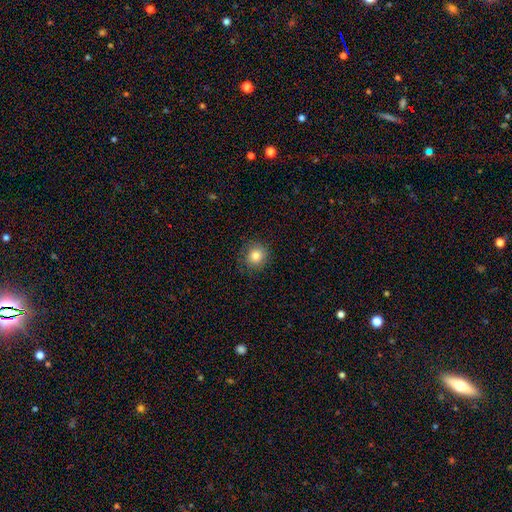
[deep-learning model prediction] The model was most divided on "smooth or featured": smooth: 82%, star or artifact: 11%, featured or disk: 7%. More confident: how rounded — round (90%); merging — none (87%).